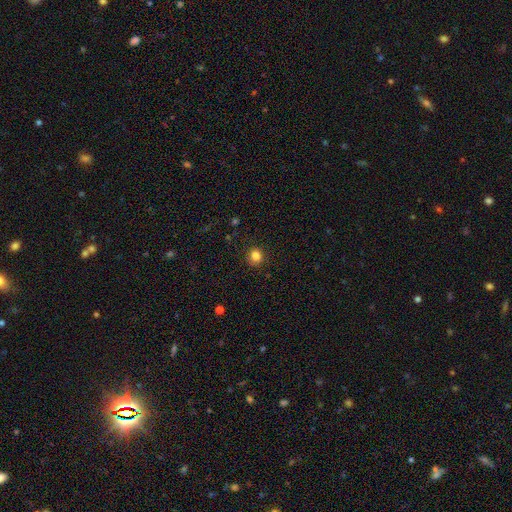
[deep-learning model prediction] The model was most divided on "smooth or featured": smooth: 83%, star or artifact: 12%, featured or disk: 5%. More confident: merging — none (91%); how rounded — round (90%).